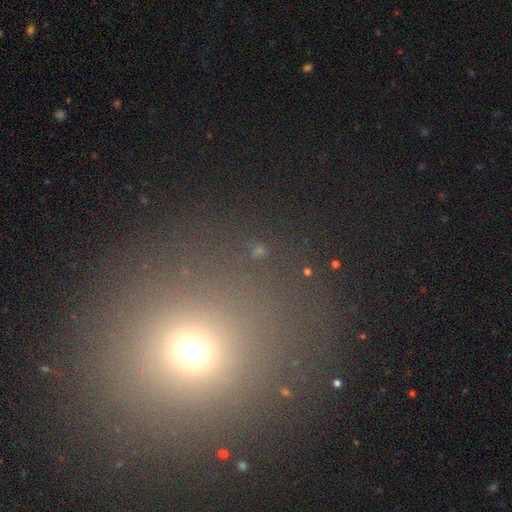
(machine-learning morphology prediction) The model was most divided on "smooth or featured": smooth: 53%, star or artifact: 38%, featured or disk: 10%. More confident: merging — none (84%); how rounded — round (83%).